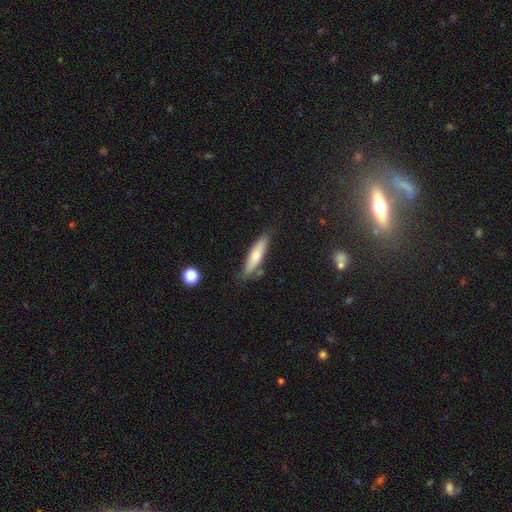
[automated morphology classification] type=smooth (63%); roundness=cigar-shaped (71%); merging=none (77%).